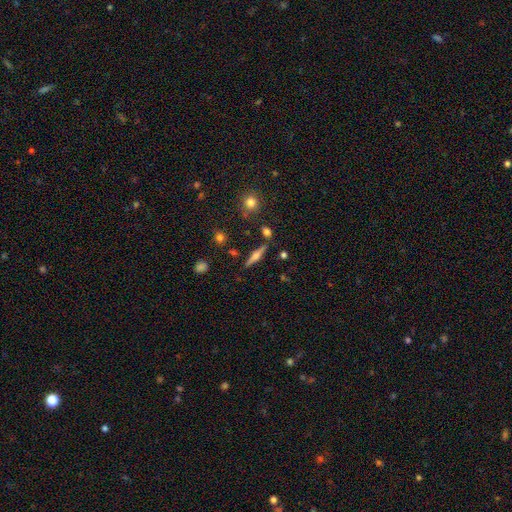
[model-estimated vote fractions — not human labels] A featured or disk galaxy (64%) viewed edge-on (96%) with a rounded central bulge (90%). Merging: none (83%).